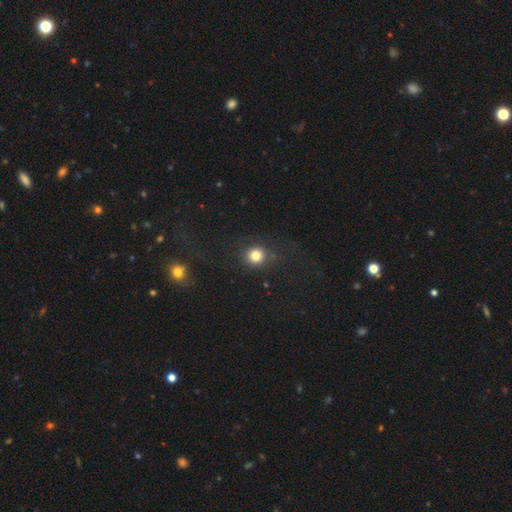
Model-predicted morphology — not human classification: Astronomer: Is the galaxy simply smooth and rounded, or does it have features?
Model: smooth — 81%.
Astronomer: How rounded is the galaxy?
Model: round — 90%.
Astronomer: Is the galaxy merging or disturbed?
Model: none — 83%.